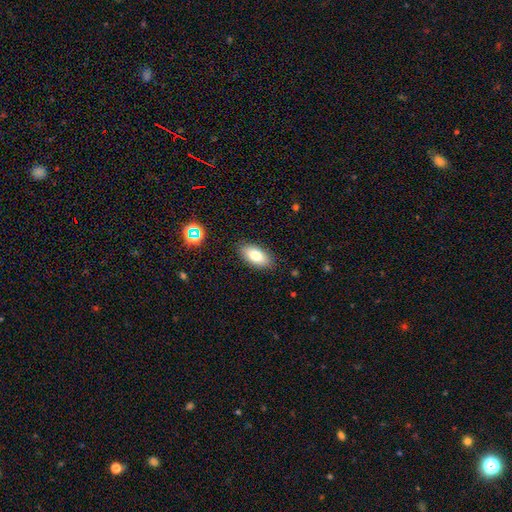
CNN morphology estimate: A smooth galaxy with no disk features (82%) that is in between round and cigar-shaped (92%).

Vote fractions:
- Smooth or featured? smooth: 82% / featured or disk: 10% / star or artifact: 8%
- How rounded? in between: 92% / cigar-shaped: 5% / round: 3%
- Merging? none: 87% / minor disturbance: 10% / major disturbance: 2% / merger: 1%